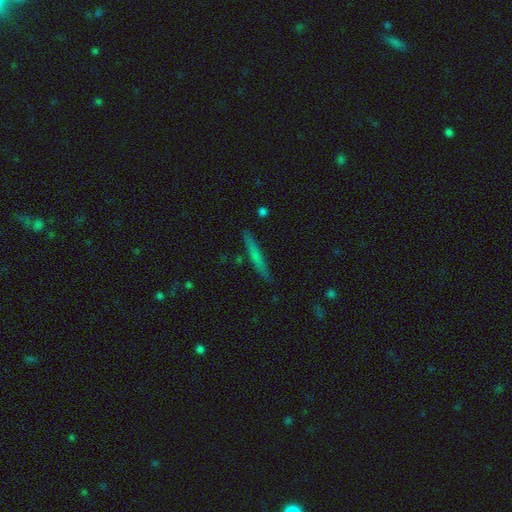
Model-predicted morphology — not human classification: smooth-or-featured: smooth: 58% | featured or disk: 35% | star or artifact: 7%
  how-rounded: cigar-shaped: 95% | in between: 3% | round: 2%
  merging: none: 88% | minor disturbance: 9% | major disturbance: 2% | merger: 2%